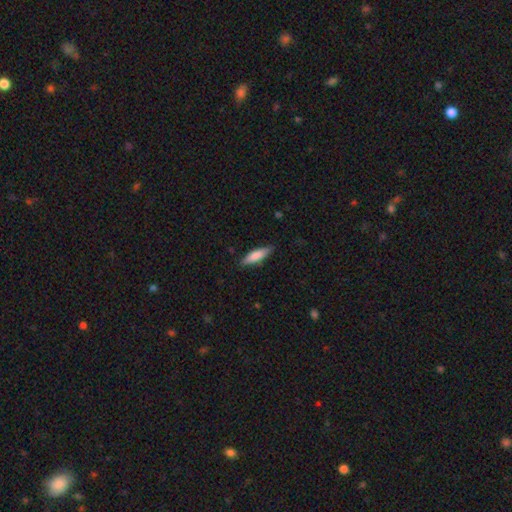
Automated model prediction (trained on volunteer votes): Q: Smooth or featured?
A: smooth (78%); runner-up: featured or disk (16%)
Q: How rounded?
A: cigar-shaped (63%); runner-up: in between (35%)
Q: Merging?
A: none (84%); runner-up: minor disturbance (13%)